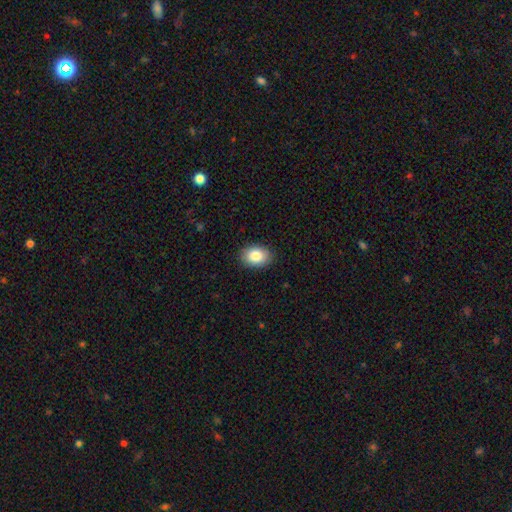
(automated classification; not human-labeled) A smooth galaxy with no disk features (86%) that is in between round and cigar-shaped (77%).

Vote fractions:
- Smooth or featured? smooth: 86% / star or artifact: 7% / featured or disk: 7%
- How rounded? in between: 77% / round: 22% / cigar-shaped: 1%
- Merging? none: 89% / minor disturbance: 8% / major disturbance: 2% / merger: 1%